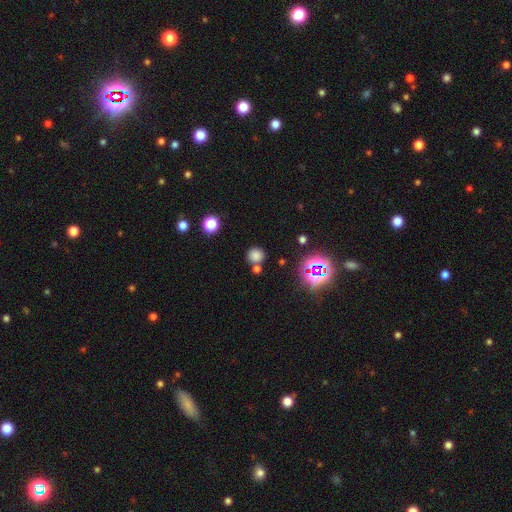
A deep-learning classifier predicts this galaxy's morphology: Overall: smooth (73%). How rounded: round (89%). Merging: none (72%).